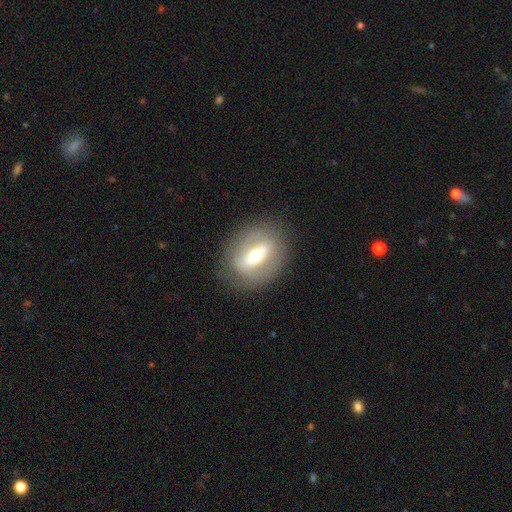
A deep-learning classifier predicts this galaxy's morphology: Smooth or featured? featured or disk (64%)
Edge-on disk? no (89%)
Bar? strong (49%)
Spiral arms? no (65%)
Bulge size? moderate (67%)
Merging? none (78%)